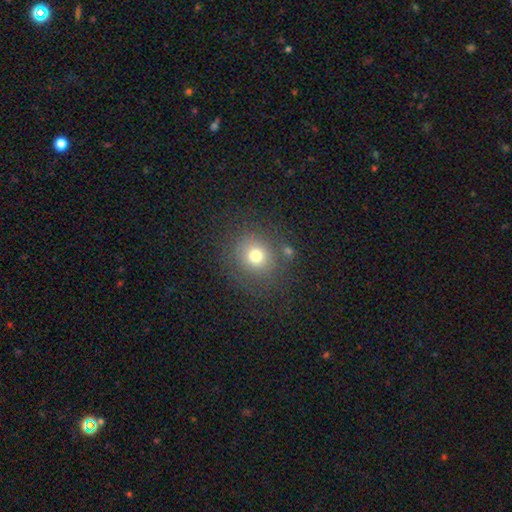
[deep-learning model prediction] Q: Smooth or featured?
A: smooth (72%); runner-up: star or artifact (16%)
Q: How rounded?
A: round (85%); runner-up: in between (14%)
Q: Merging?
A: none (79%); runner-up: minor disturbance (11%)